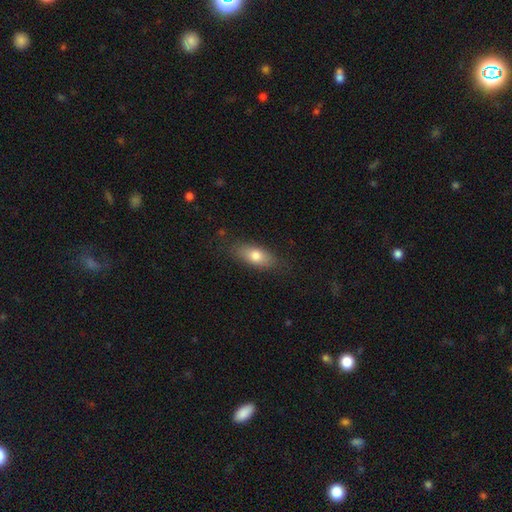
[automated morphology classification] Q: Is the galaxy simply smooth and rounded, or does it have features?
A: smooth — 75%.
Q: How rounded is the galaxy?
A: in between — 78%.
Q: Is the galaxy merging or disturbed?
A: none — 80%.